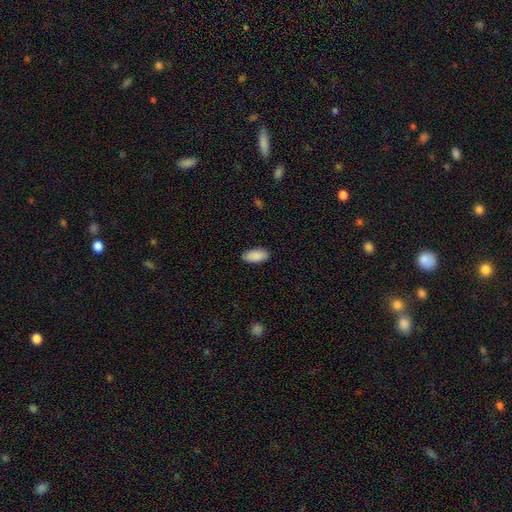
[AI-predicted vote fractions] Smooth or featured? smooth (90%)
How rounded? in between (93%)
Merging? none (87%)